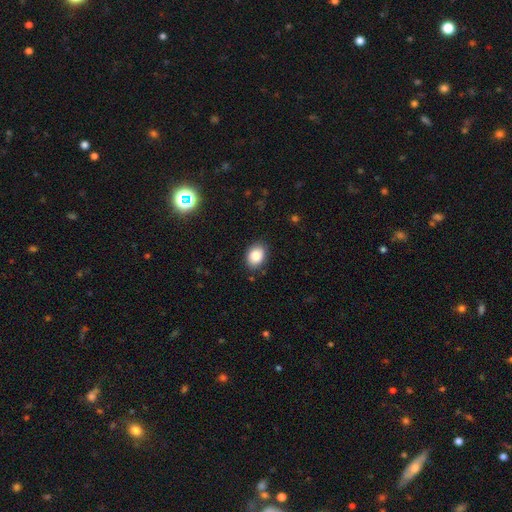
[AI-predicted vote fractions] This appears to be a smooth galaxy with no disk features (86%) that is in between round and cigar-shaped (71%). Merging: none (84%).